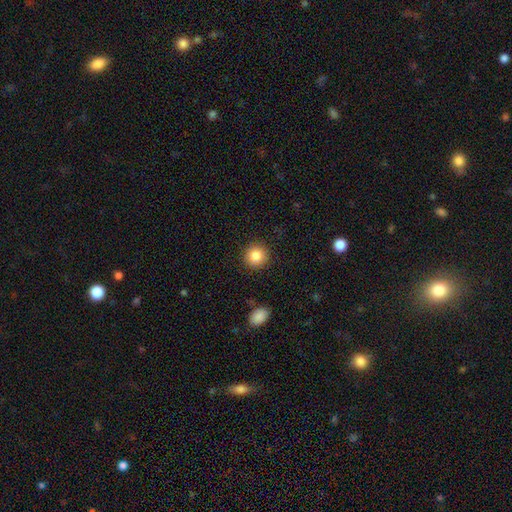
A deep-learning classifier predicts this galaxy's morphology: type=smooth (86%); roundness=round (92%); merging=none (90%).